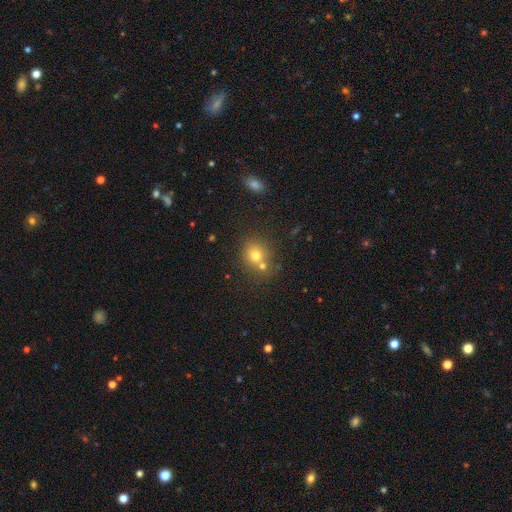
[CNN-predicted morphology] This is likely a smooth galaxy (72%). How rounded: clearly round (80%). Merging: possibly none (55%).